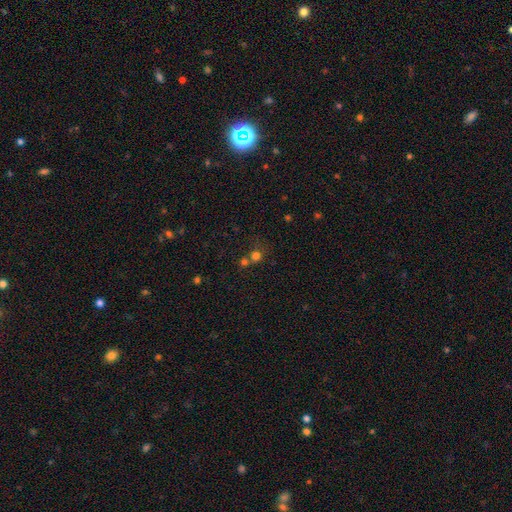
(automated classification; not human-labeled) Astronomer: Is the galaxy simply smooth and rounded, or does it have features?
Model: smooth — 70%.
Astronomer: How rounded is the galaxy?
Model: round — 86%.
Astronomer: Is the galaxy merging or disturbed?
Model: none — 47% (runner-up: merger, 42%).